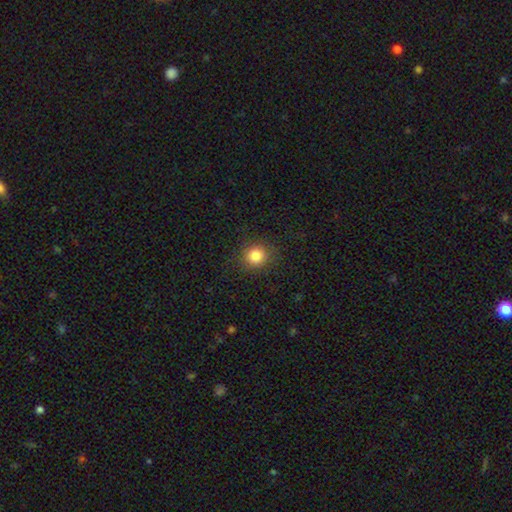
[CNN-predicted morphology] This is clearly a smooth galaxy (83%). How rounded: clearly round (89%). Merging: clearly none (89%).